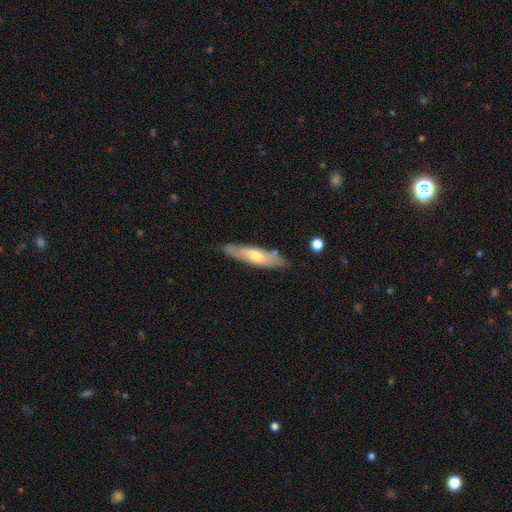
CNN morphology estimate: Q: Smooth or featured?
A: smooth (49%); runner-up: featured or disk (45%)
Q: Merging?
A: none (78%); runner-up: minor disturbance (16%)